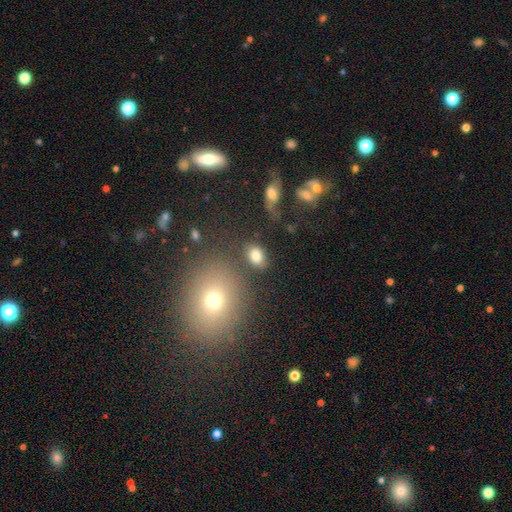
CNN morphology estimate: smooth_or_featured: smooth (p=0.82) [alt: star or artifact p=0.10]
how_rounded: in between (p=0.82) [alt: round p=0.16]
merging: none (p=0.76) [alt: minor disturbance p=0.12]